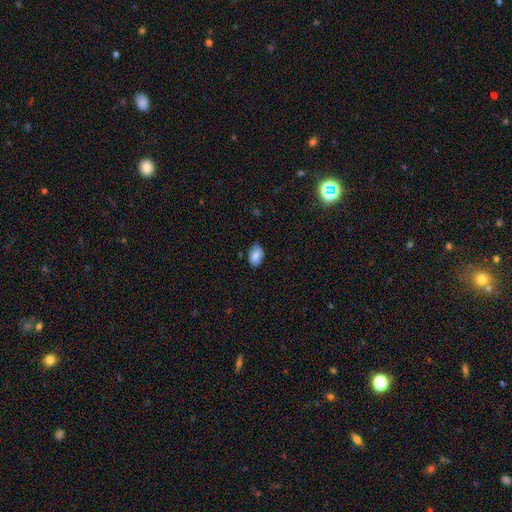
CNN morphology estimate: Smooth or featured?
  - smooth: 81% *
  - featured or disk: 12%
  - star or artifact: 8%
How rounded?
  - in between: 88% *
  - round: 10%
  - cigar-shaped: 1%
Merging?
  - none: 76% *
  - minor disturbance: 20%
  - major disturbance: 3%
  - merger: 1%